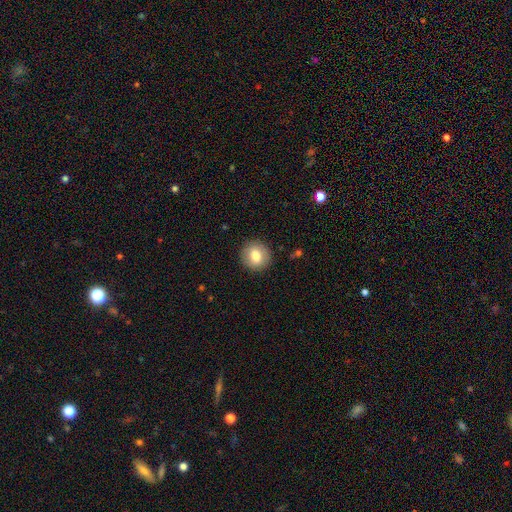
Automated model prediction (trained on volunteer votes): smooth 80%, featured or disk 12%, star or artifact 8%. Down the decision tree: how rounded — round (88%); merging — none (90%).